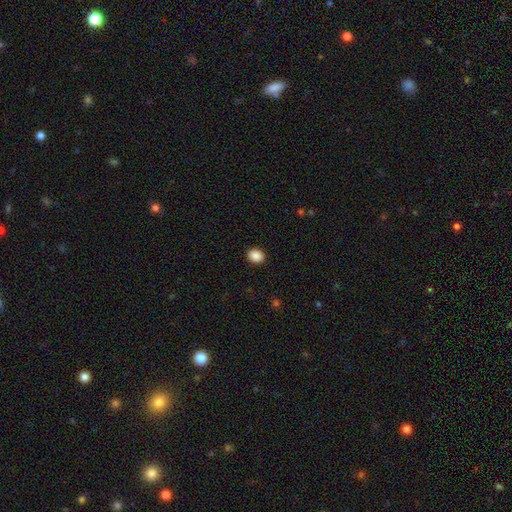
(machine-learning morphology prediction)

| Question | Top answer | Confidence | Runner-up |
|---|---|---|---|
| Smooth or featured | smooth | 88% | star or artifact (9%) |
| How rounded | round | 57% | in between (43%) |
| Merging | none | 91% | minor disturbance (6%) |